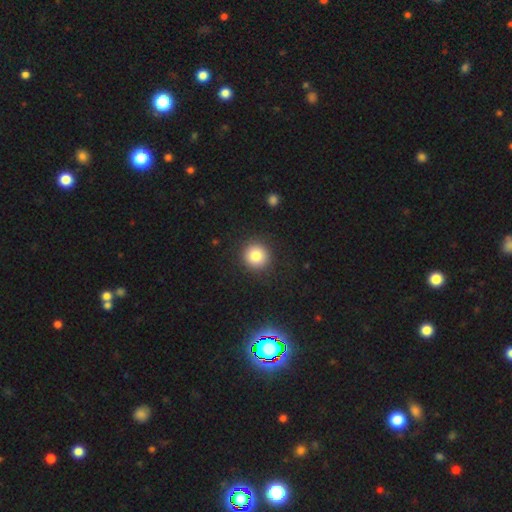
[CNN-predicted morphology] type=smooth (83%); roundness=round (94%); merging=none (90%).